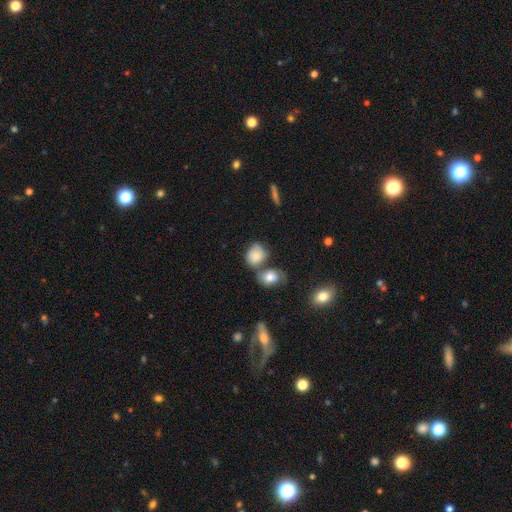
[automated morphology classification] Smooth or featured: smooth — 71% (featured or disk — 20%)
How rounded: in between — 49% (tied with round — 49%)
Merging: none — 37% (merger — 36%)